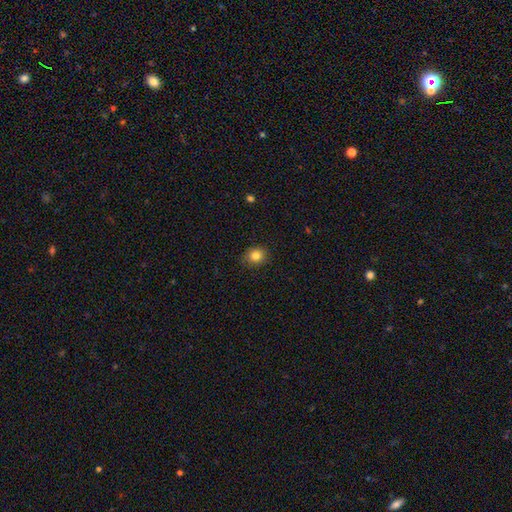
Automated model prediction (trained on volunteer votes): Smooth or featured? smooth (83%)
How rounded? round (68%)
Merging? none (86%)